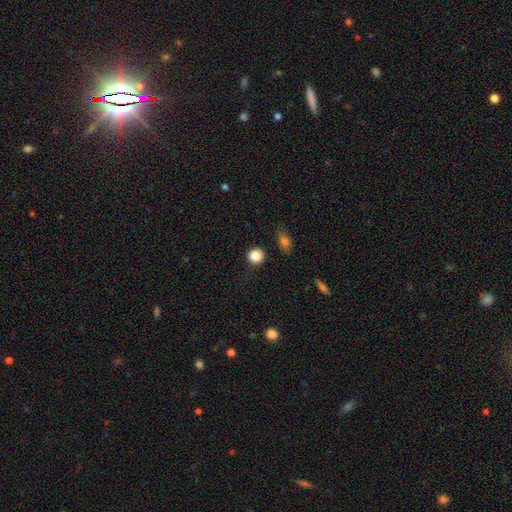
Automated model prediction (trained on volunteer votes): Morphology: type=smooth (84%); roundness=round (90%); merging=none (81%).